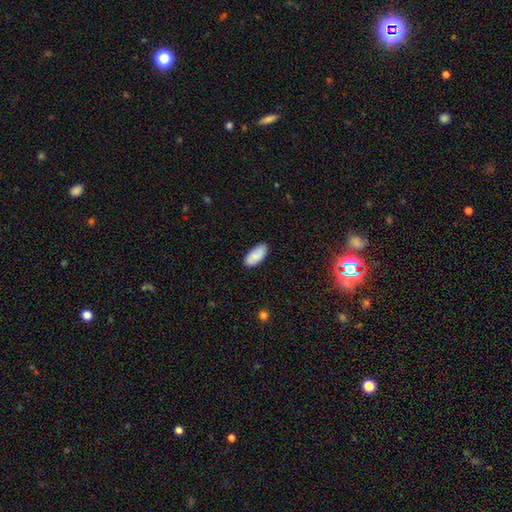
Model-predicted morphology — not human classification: This is clearly a smooth galaxy (86%). How rounded: clearly in between (92%). Merging: clearly none (85%).